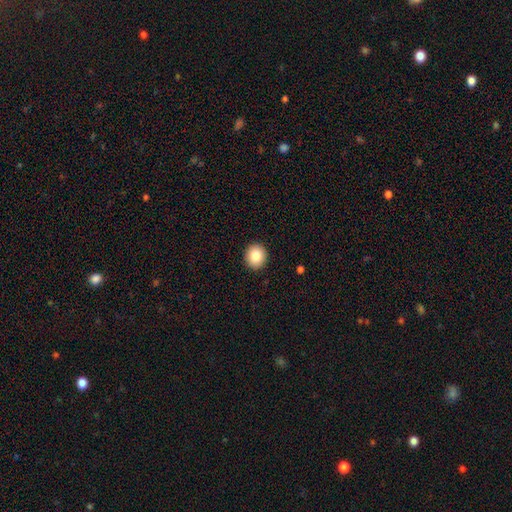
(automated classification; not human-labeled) The model was most divided on "how rounded": round: 84%, in between: 15%, cigar-shaped: 1%. More confident: merging — none (92%); smooth or featured — smooth (82%).